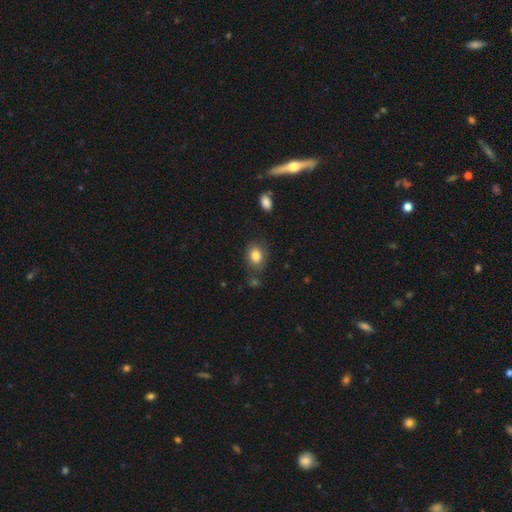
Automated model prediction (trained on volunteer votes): smooth_or_featured: smooth (p=0.83) [alt: star or artifact p=0.09]
how_rounded: in between (p=0.58) [alt: round p=0.41]
merging: none (p=0.74) [alt: minor disturbance p=0.16]